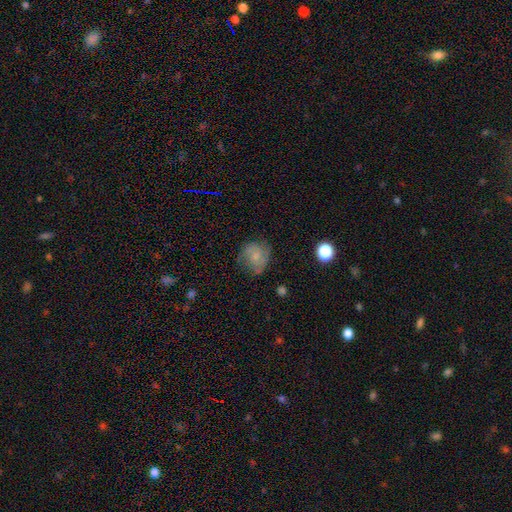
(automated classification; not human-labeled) The model was most divided on "smooth or featured": smooth: 48%, featured or disk: 42%, star or artifact: 10%. More confident: merging — none (60%).